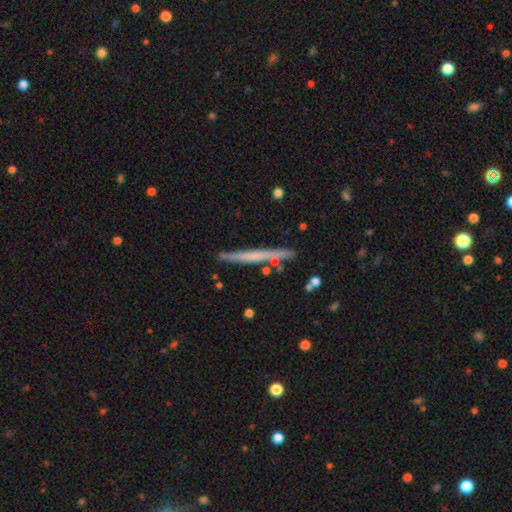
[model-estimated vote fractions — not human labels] featured or disk 48%, smooth 46%, star or artifact 6%. Down the decision tree: merging — none (85%).